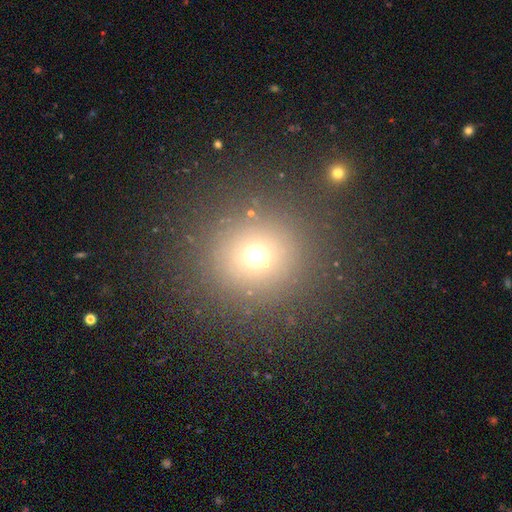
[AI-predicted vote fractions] This appears to be a smooth galaxy with no disk features (67%) that is round (92%). Merging: none (86%).